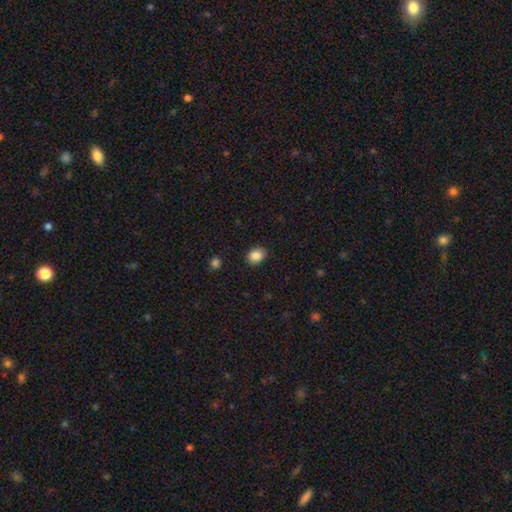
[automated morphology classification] The model was most divided on "how rounded": in between: 57%, round: 42%, cigar-shaped: 1%. More confident: merging — none (87%); smooth or featured — smooth (87%).